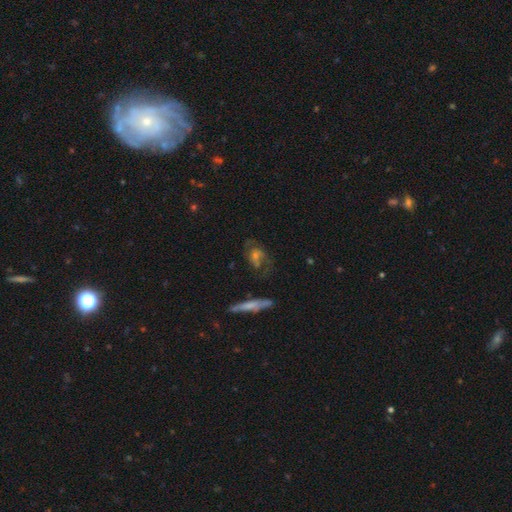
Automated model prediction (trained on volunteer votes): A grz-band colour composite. It shows a featured or disk galaxy (61%) with no bar (66%), spiral arms (75%) and a small central bulge (42%). Merging: none (59%).